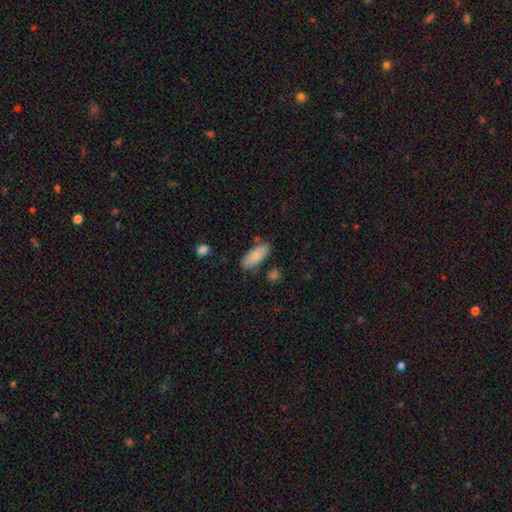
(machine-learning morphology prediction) smooth_or_featured: smooth (p=0.76) [alt: featured or disk p=0.17]
how_rounded: in between (p=0.85) [alt: cigar-shaped p=0.12]
merging: none (p=0.74) [alt: minor disturbance p=0.17]